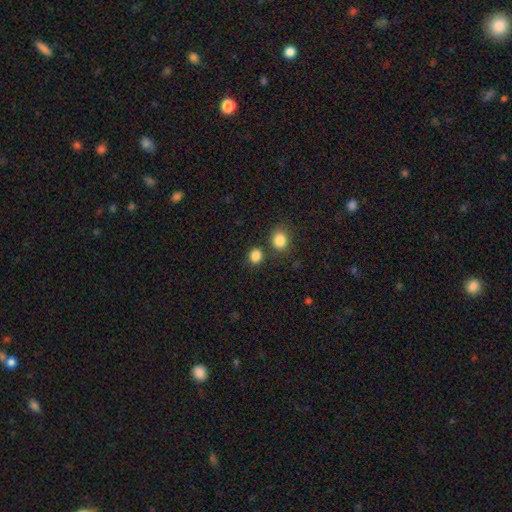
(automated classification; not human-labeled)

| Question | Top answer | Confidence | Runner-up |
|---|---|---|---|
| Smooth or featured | smooth | 85% | star or artifact (11%) |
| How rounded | round | 74% | in between (25%) |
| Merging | none | 76% | merger (13%) |